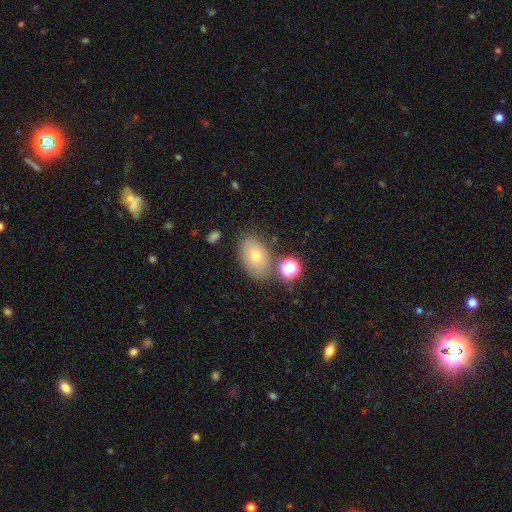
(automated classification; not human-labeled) Smooth or featured?
  - smooth: 66% *
  - featured or disk: 21%
  - star or artifact: 13%
How rounded?
  - in between: 83% *
  - round: 15%
  - cigar-shaped: 1%
Merging?
  - none: 73% *
  - minor disturbance: 14%
  - merger: 8%
  - major disturbance: 4%